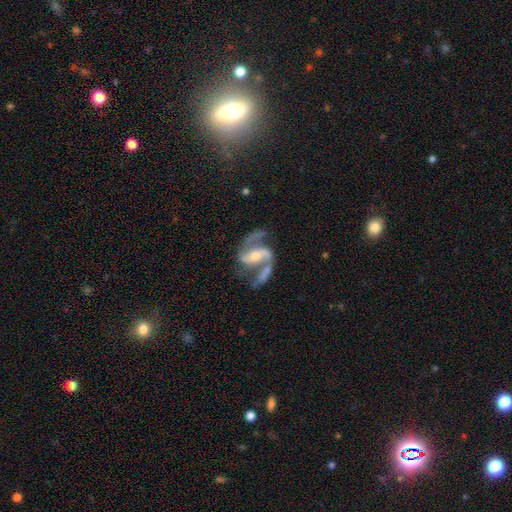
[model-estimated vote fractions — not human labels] Smooth or featured? featured or disk (89%)
Edge-on disk? no (97%)
Bar? strong (49%)
Spiral arms? yes (97%)
Spiral winding? medium (50%)
Spiral arm count? 2 (92%)
Bulge size? small (48%)
Merging? none (55%)